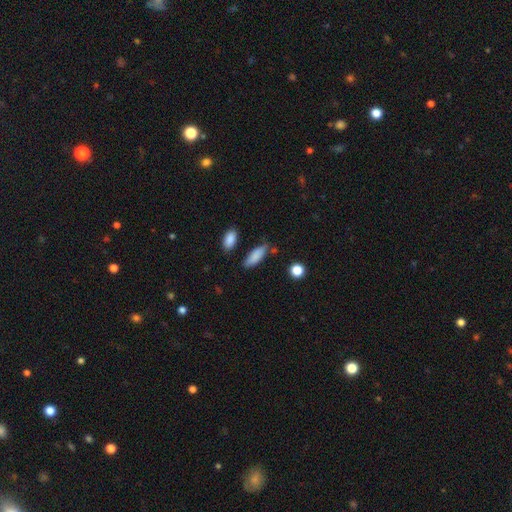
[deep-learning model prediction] Smooth or featured: smooth — 85% (featured or disk — 8%)
How rounded: in between — 66% (cigar-shaped — 32%)
Merging: none — 72% (minor disturbance — 18%)